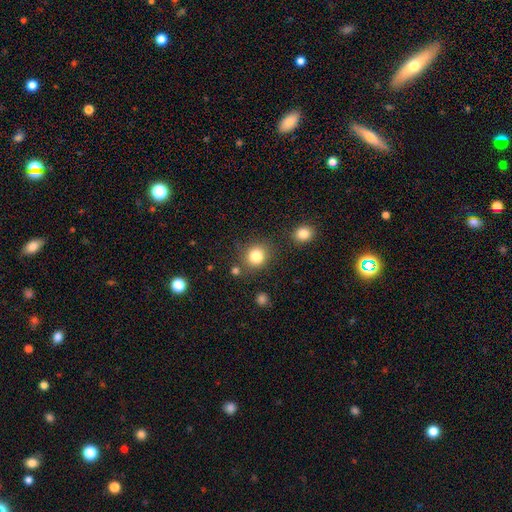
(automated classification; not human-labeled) Overall: smooth (82%). How rounded: round (77%). Merging: none (76%).